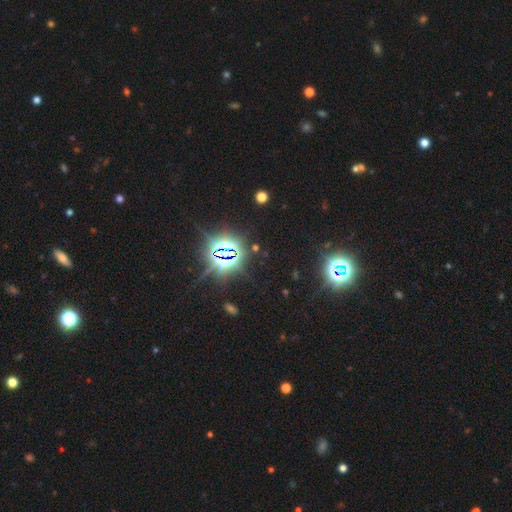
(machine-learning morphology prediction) smooth-or-featured: star or artifact: 84% | smooth: 10% | featured or disk: 6%